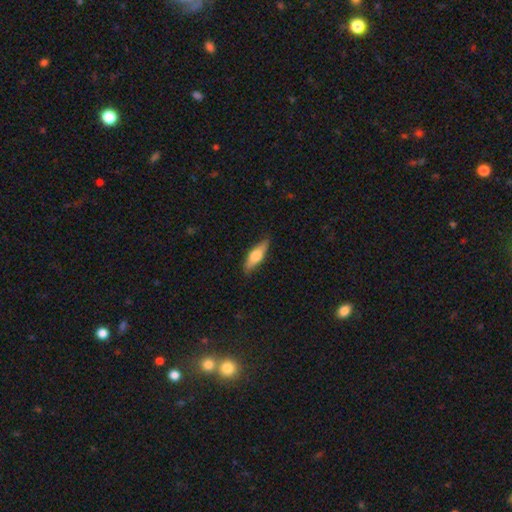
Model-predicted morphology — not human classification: Smooth or featured? smooth (59%)
How rounded? cigar-shaped (52%)
Merging? none (86%)